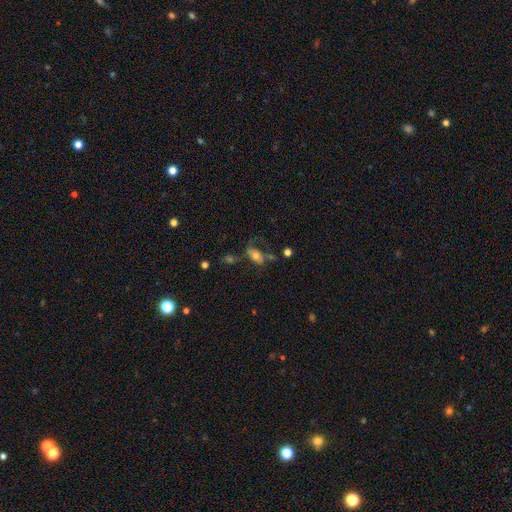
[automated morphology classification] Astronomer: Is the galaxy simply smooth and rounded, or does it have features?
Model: smooth — 55% (runner-up: featured or disk, 34%).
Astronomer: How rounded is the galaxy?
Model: in between — 83%.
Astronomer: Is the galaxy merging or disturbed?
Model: none — 38% (runner-up: major disturbance, 26%).